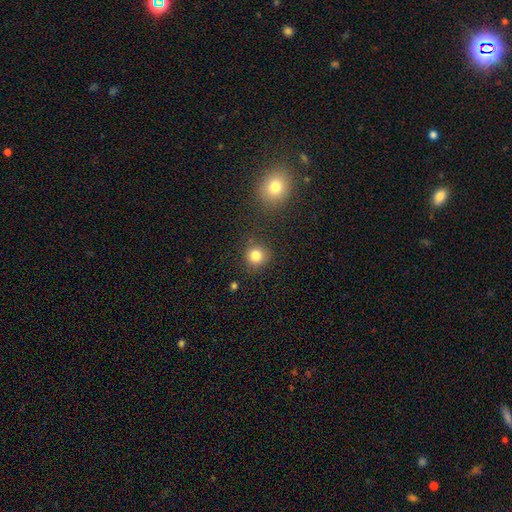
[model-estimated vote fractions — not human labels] smooth-or-featured: smooth: 82% | star or artifact: 12% | featured or disk: 6%
  how-rounded: round: 91% | in between: 8% | cigar-shaped: 1%
  merging: none: 85% | minor disturbance: 8% | merger: 4% | major disturbance: 3%